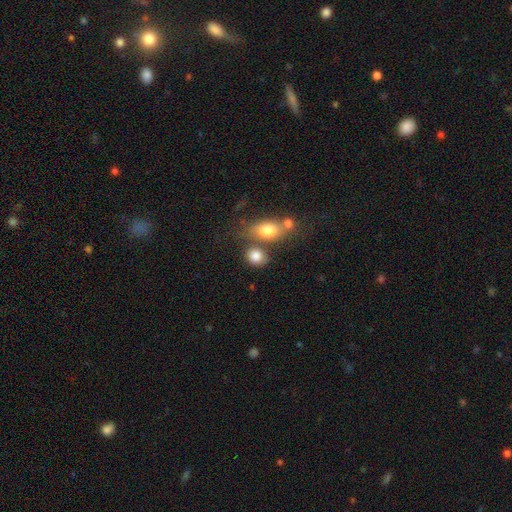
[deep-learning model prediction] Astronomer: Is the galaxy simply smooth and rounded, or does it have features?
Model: smooth — 83%.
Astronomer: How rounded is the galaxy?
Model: round — 54% (runner-up: in between, 44%).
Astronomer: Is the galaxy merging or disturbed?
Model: none — 51% (runner-up: merger, 29%).